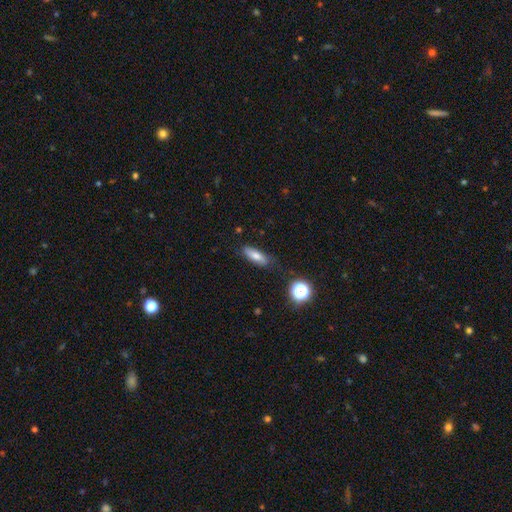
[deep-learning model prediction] smooth-or-featured: smooth: 74% | featured or disk: 16% | star or artifact: 10%
  how-rounded: in between: 54% | cigar-shaped: 43% | round: 4%
  merging: none: 76% | minor disturbance: 18% | major disturbance: 4% | merger: 3%